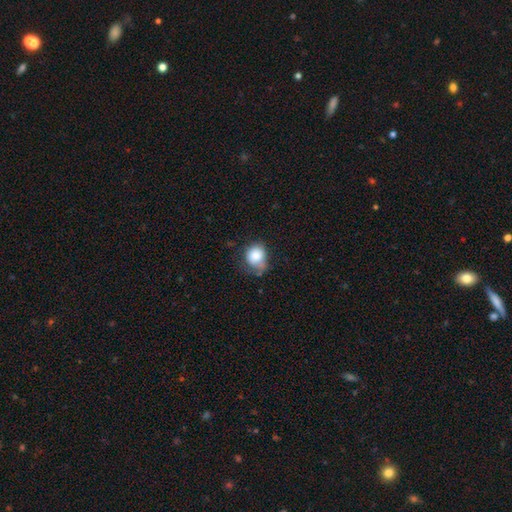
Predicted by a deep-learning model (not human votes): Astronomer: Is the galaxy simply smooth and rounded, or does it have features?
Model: smooth — 83%.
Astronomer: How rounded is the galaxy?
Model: round — 68%.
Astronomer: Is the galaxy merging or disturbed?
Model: none — 39% (runner-up: minor disturbance, 37%).